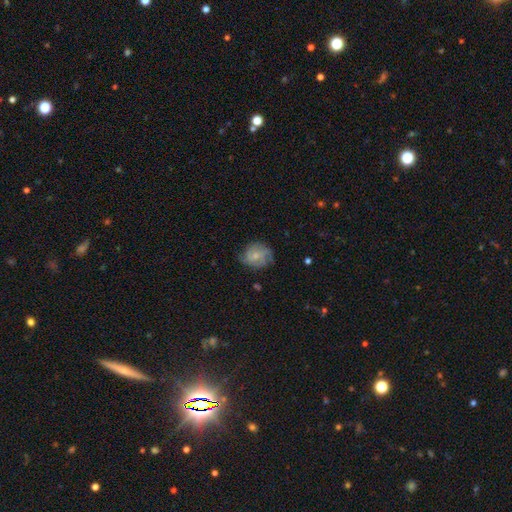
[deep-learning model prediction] Smooth or featured: featured or disk — 46% (tied with smooth — 46%)
Merging: none — 66% (minor disturbance — 25%)